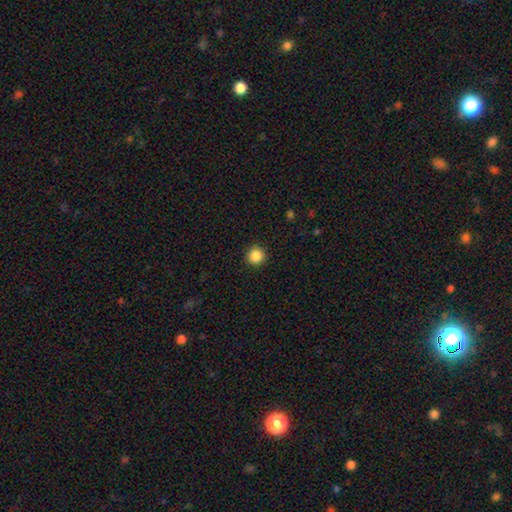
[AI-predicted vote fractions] The model was most divided on "smooth or featured": smooth: 87%, star or artifact: 10%, featured or disk: 3%. More confident: how rounded — round (95%); merging — none (92%).